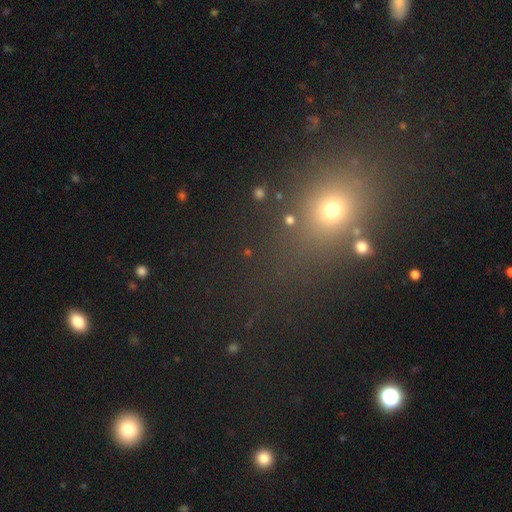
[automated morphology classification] A smooth galaxy with no disk features (51%) that is round (53%).

Vote fractions:
- Smooth or featured? smooth: 51% / star or artifact: 39% / featured or disk: 10%
- How rounded? round: 53% / in between: 44% / cigar-shaped: 4%
- Merging? none: 82% / minor disturbance: 9% / major disturbance: 5% / merger: 4%